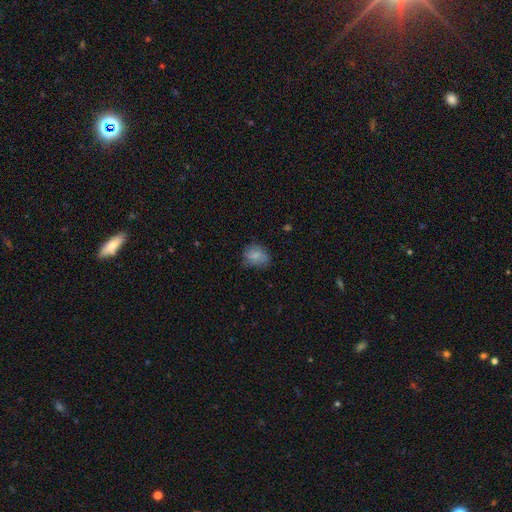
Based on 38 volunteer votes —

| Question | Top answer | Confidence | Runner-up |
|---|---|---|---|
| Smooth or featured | smooth | 76% | featured or disk (16%) |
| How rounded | round | 66% | in between (34%) |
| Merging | none | 66% | minor disturbance (23%) |